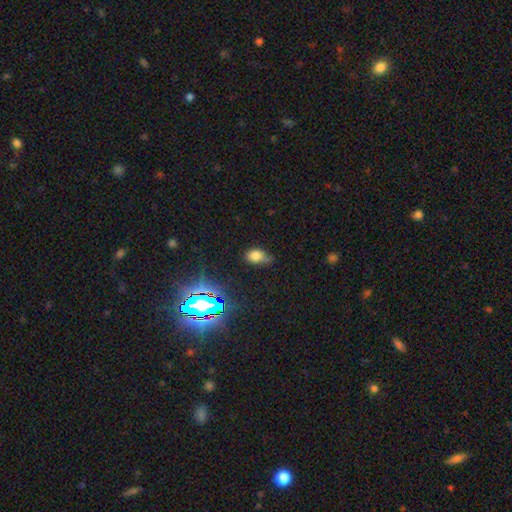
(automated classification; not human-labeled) This appears to be a smooth galaxy with no disk features (73%) that is in between round and cigar-shaped (80%). Merging: none (46%).